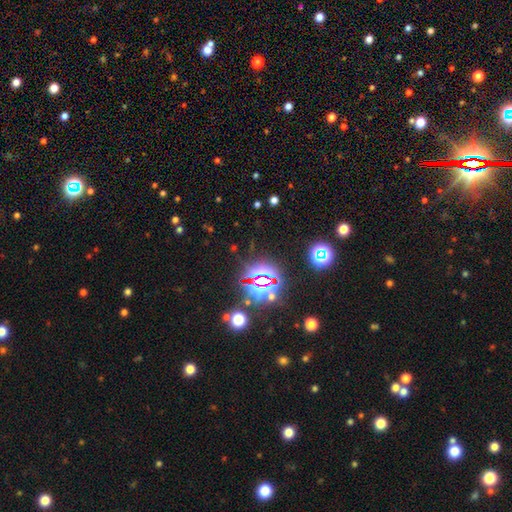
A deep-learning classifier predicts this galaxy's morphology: The model was most divided on "smooth or featured": star or artifact: 82%, smooth: 11%, featured or disk: 7%.